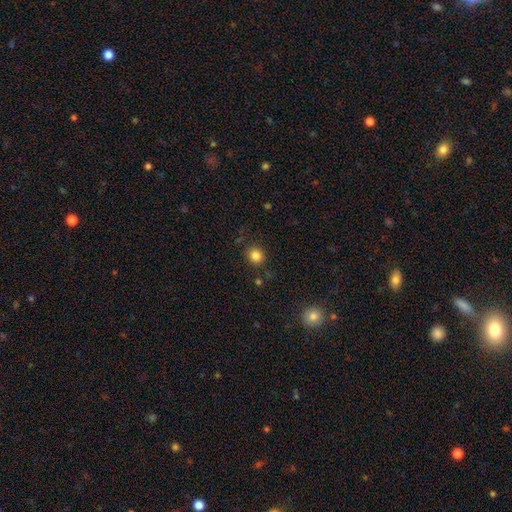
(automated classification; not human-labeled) A smooth galaxy with no disk features (83%) that is round (89%).

Vote fractions:
- Smooth or featured? smooth: 83% / star or artifact: 12% / featured or disk: 5%
- How rounded? round: 89% / in between: 10% / cigar-shaped: 1%
- Merging? none: 85% / minor disturbance: 9% / major disturbance: 3% / merger: 3%